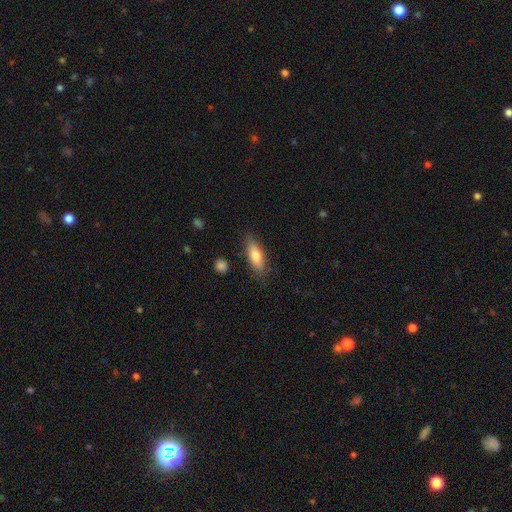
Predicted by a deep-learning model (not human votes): A smooth galaxy with no disk features (75%) that is in between round and cigar-shaped (67%).

Vote fractions:
- Smooth or featured? smooth: 75% / featured or disk: 19% / star or artifact: 7%
- How rounded? in between: 67% / cigar-shaped: 30% / round: 3%
- Merging? none: 81% / minor disturbance: 14% / major disturbance: 3% / merger: 2%